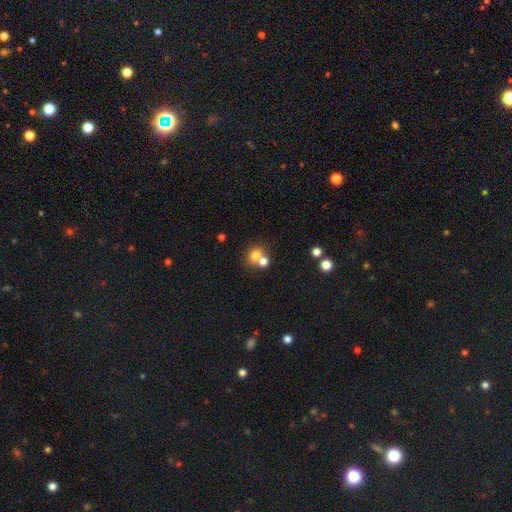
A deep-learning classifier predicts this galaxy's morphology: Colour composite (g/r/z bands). It shows a smooth galaxy with no disk features (74%) that is round (73%). Merging: merger (50%).